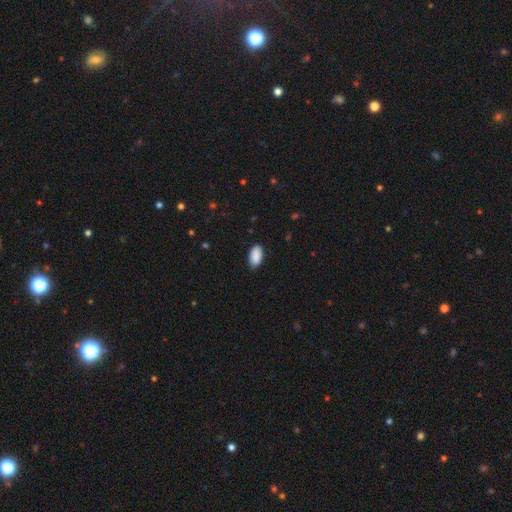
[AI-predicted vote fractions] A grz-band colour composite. It shows a smooth galaxy with no disk features (91%) that is in between round and cigar-shaped (95%). Merging: none (86%).